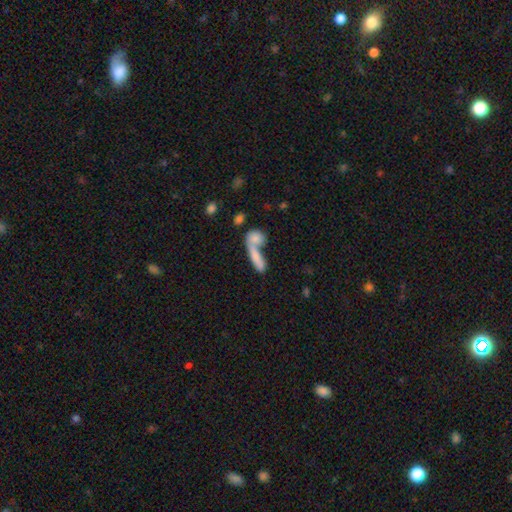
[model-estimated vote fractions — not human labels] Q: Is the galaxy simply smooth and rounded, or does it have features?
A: smooth — 75%.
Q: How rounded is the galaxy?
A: cigar-shaped — 58%.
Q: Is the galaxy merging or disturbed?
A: merger — 58%.